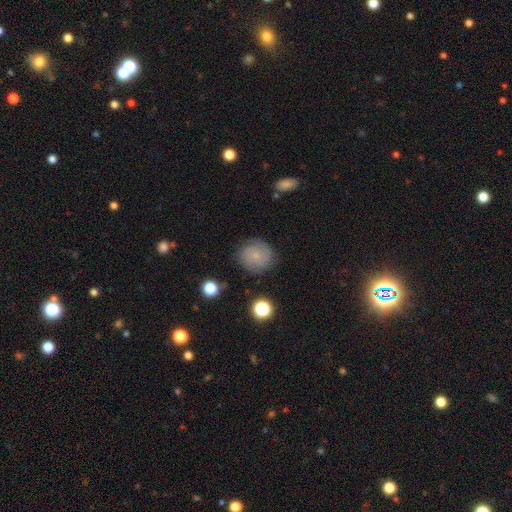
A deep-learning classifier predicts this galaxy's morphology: Smooth or featured? Predicted: smooth (p=0.58). How rounded? Predicted: round (p=0.86). Merging? Predicted: none (p=0.79).